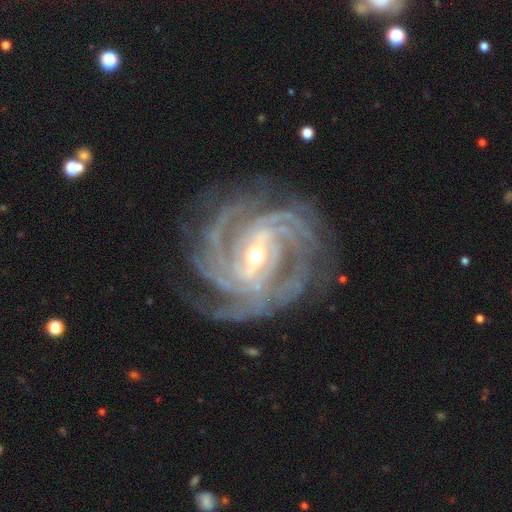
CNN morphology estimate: This is clearly a featured or disk galaxy (94%). It is clearly not viewed edge-on (98%). Bar: possibly strong (48%). Spiral arm pattern: clearly yes (99%). Spiral arm count: marginally 4 (35%). Spiral winding: likely tight (72%). Central bulge: possibly small (51%). Merging: likely none (79%).